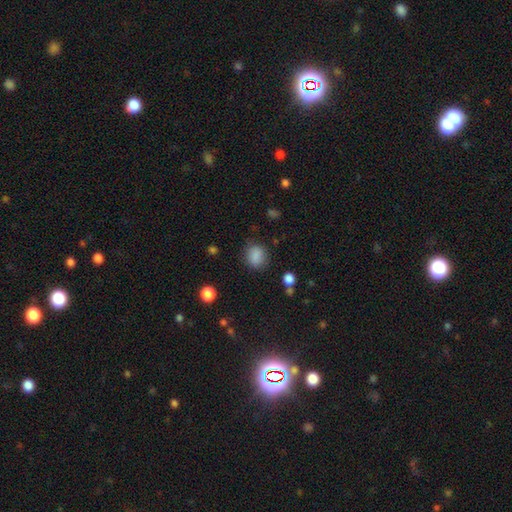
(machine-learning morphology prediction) smooth_or_featured: smooth (p=0.86) [alt: star or artifact p=0.10]
how_rounded: round (p=0.57) [alt: in between p=0.42]
merging: none (p=0.80) [alt: minor disturbance p=0.14]